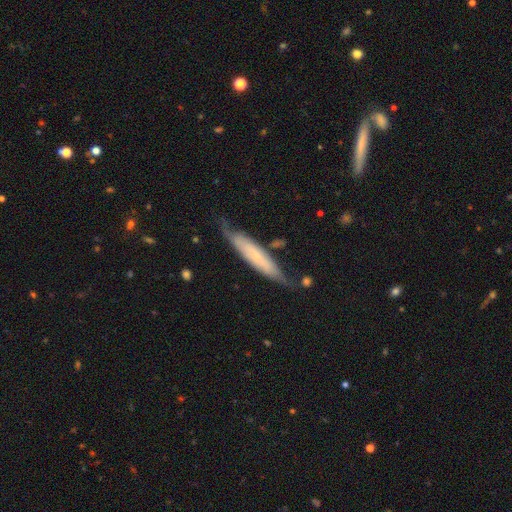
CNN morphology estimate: The model was most divided on "smooth or featured": featured or disk: 53%, smooth: 41%, star or artifact: 7%. More confident: merging — none (64%); edge-on disk — yes (57%).